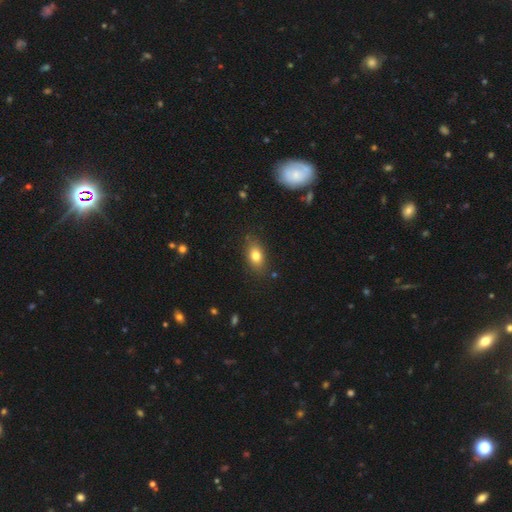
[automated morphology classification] smooth 78%, featured or disk 12%, star or artifact 10%. Down the decision tree: how rounded — in between (79%); merging — none (83%).